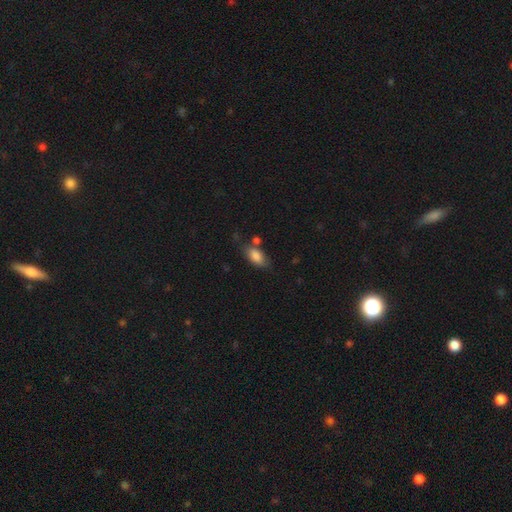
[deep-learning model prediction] A smooth galaxy with no disk features (83%) that is in between round and cigar-shaped (89%). Merging: none (61%).